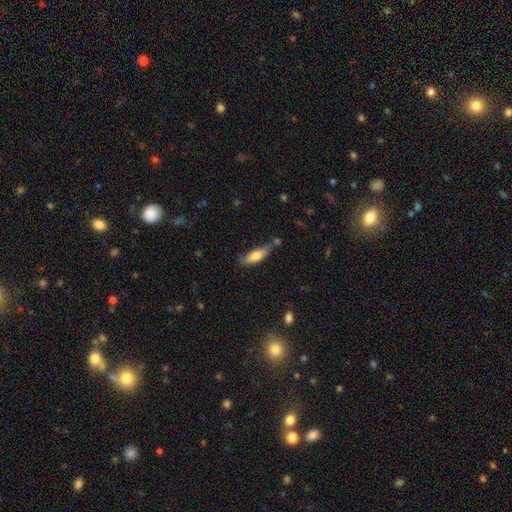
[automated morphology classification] Overall: smooth (68%). How rounded: cigar-shaped (52%; in between 46%). Merging: none (61%; minor disturbance 27%).